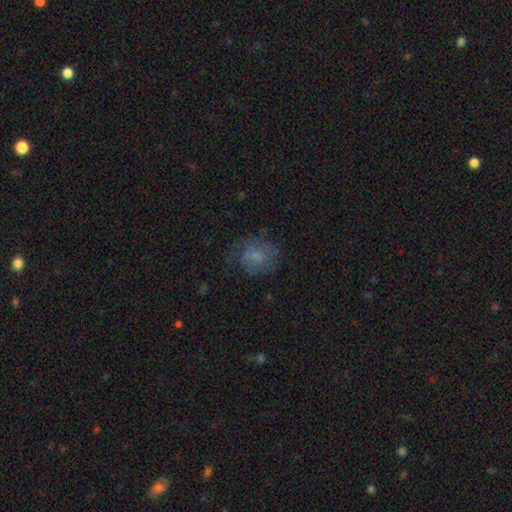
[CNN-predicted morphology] This appears to be a smooth galaxy with no disk features (56%) that is round (64%). Merging: none (57%).